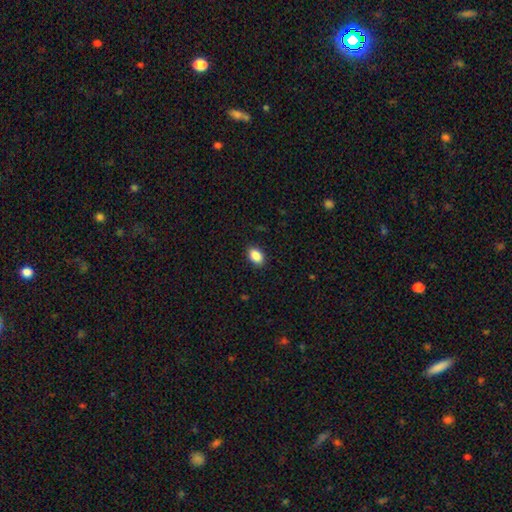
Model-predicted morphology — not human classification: This is clearly a smooth galaxy (88%). How rounded: clearly in between (87%). Merging: clearly none (89%).